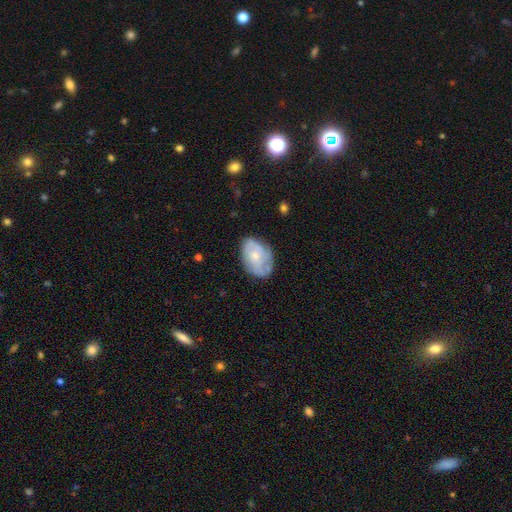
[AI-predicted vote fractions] A featured or disk galaxy (61%) with no bar (81%), spiral arms (72%) and a small central bulge (59%). Merging: none (66%).